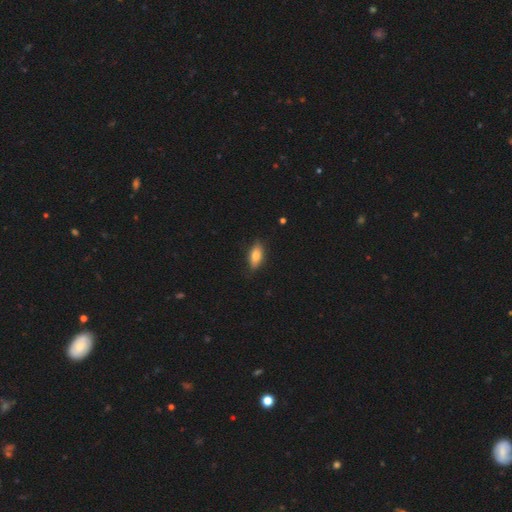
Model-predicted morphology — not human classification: smooth_or_featured: smooth (p=0.79) [alt: featured or disk p=0.14]
how_rounded: in between (p=0.81) [alt: cigar-shaped p=0.15]
merging: none (p=0.79) [alt: minor disturbance p=0.17]